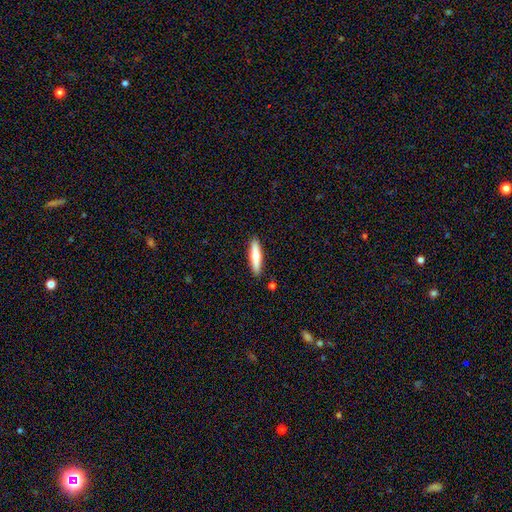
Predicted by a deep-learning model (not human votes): Smooth or featured? smooth (59%)
How rounded? cigar-shaped (77%)
Merging? none (89%)